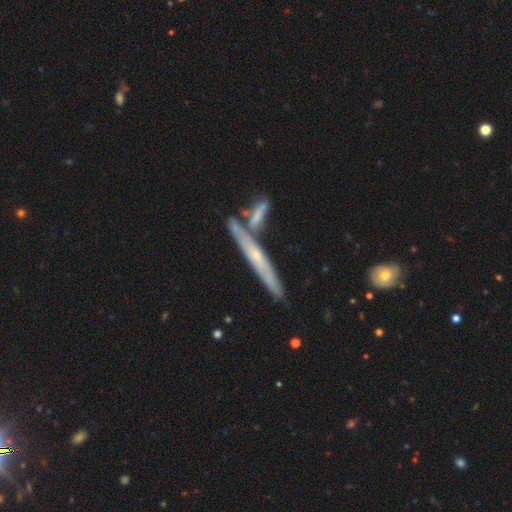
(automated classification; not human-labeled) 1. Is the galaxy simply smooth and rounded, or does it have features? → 66% featured or disk, 27% smooth, 7% star or artifact.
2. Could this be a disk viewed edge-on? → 89% yes, 11% no.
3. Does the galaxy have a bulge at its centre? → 48% rounded (tied), 48% none (tied), 4% boxy.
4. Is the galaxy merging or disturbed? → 68% none, 19% merger, 11% minor disturbance, 3% major disturbance.